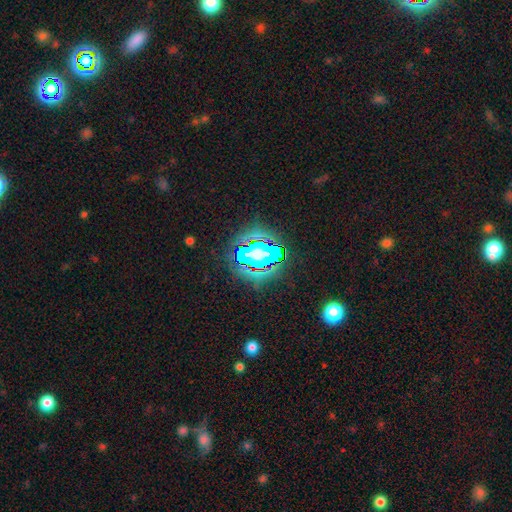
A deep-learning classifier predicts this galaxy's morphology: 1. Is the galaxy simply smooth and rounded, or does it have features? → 50% star or artifact, 27% smooth, 22% featured or disk.